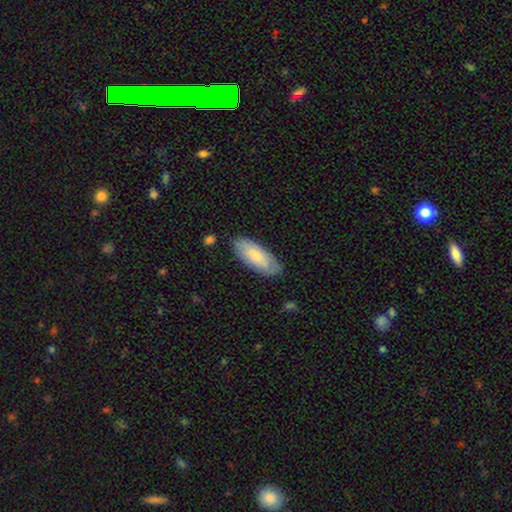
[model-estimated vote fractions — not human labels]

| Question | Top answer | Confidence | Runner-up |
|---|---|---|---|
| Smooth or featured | smooth | 75% | featured or disk (19%) |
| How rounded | in between | 79% | cigar-shaped (19%) |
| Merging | none | 80% | minor disturbance (15%) |